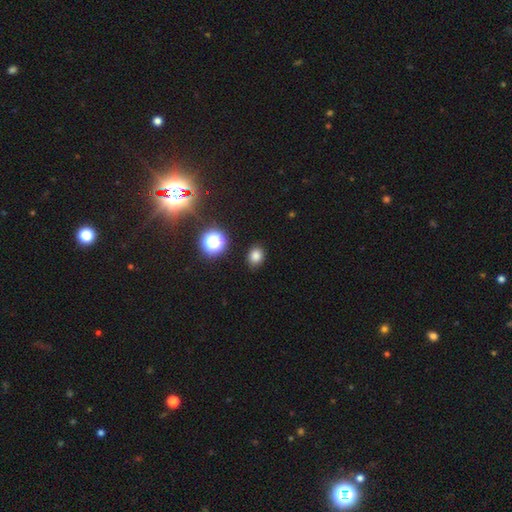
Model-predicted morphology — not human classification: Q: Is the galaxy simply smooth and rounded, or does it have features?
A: smooth — 80%.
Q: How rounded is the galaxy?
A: round — 51%.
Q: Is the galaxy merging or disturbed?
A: none — 87%.